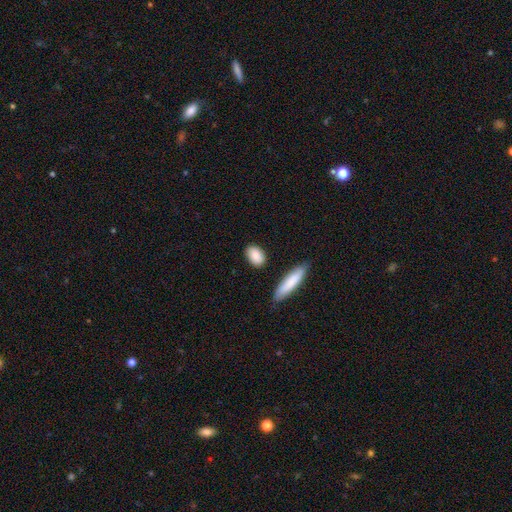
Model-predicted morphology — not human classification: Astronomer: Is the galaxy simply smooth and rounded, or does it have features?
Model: smooth — 88%.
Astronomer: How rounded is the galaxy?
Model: in between — 85%.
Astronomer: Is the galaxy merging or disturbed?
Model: none — 83%.